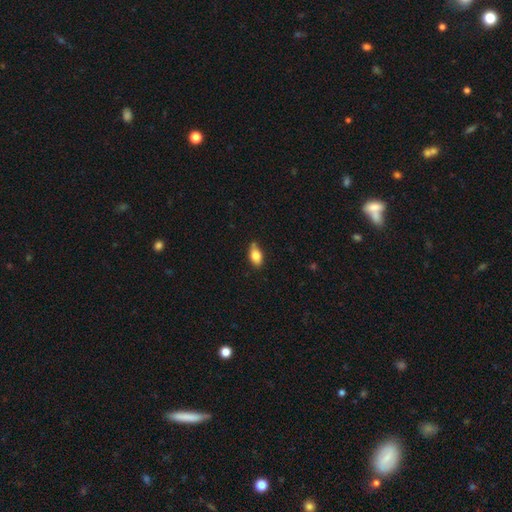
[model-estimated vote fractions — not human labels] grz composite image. It shows a smooth galaxy with no disk features (81%) that is in between round and cigar-shaped (88%). Merging: none (73%).